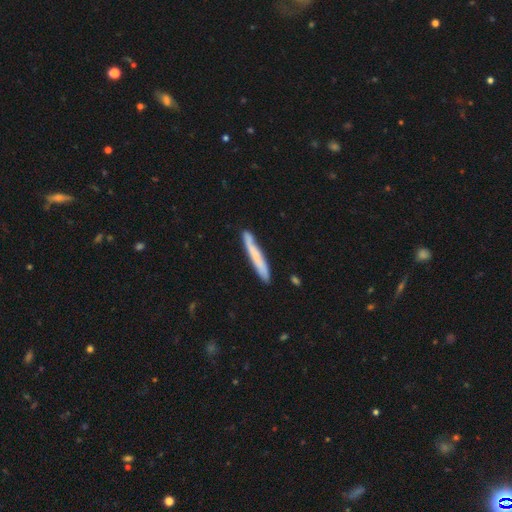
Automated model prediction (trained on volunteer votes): A smooth galaxy with no disk features (60%) that is cigar-shaped (96%). Merging: none (82%).